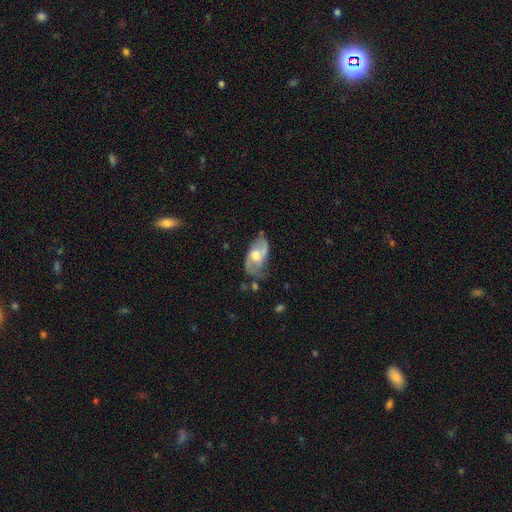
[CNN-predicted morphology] A featured or disk galaxy (64%) with no bar (51%), spiral arms (76%) and a moderate central bulge (63%).

Vote fractions:
- Smooth or featured? featured or disk: 64% / smooth: 30% / star or artifact: 6%
- Edge-on disk? no: 92% / yes: 8%
- Bar? no: 51% / weak: 39% / strong: 10%
- Spiral arms? yes: 76% / no: 24%
- Bulge size? moderate: 63% / large: 21% / small: 12% / none: 2% / dominant: 1%
- Merging? none: 53% / minor disturbance: 28% / major disturbance: 13% / merger: 5%